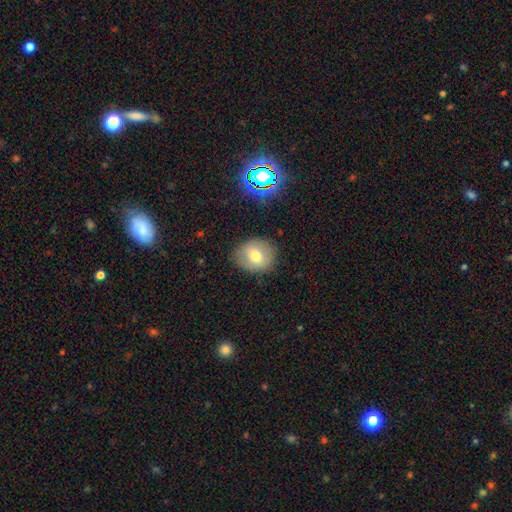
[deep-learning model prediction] The model was most divided on "how rounded": round: 67%, in between: 32%, cigar-shaped: 1%. More confident: merging — none (82%); smooth or featured — smooth (68%).